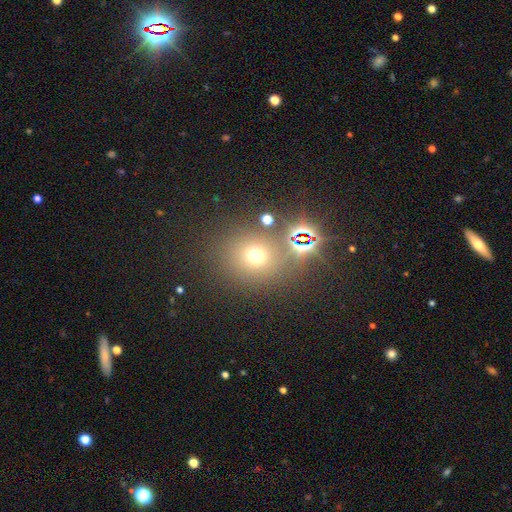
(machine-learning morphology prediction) This appears to be a smooth galaxy with no disk features (59%) that is round (80%). Merging: none (76%).